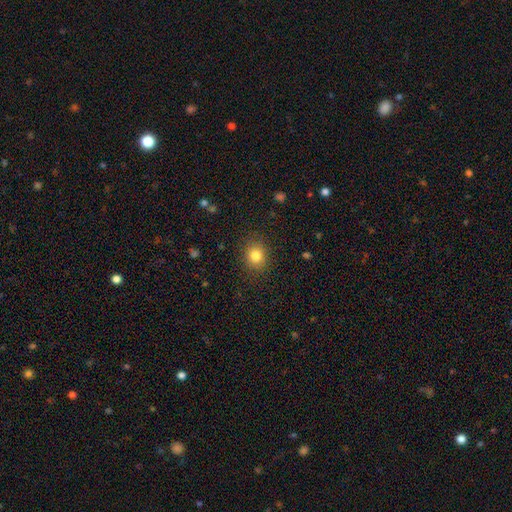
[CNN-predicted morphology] Smooth or featured?
  - smooth: 82% *
  - star or artifact: 12%
  - featured or disk: 6%
How rounded?
  - round: 73% *
  - in between: 26%
  - cigar-shaped: 1%
Merging?
  - none: 88% *
  - minor disturbance: 8%
  - major disturbance: 3%
  - merger: 1%